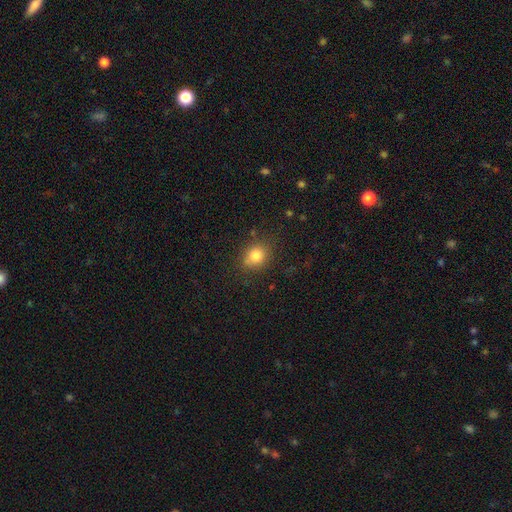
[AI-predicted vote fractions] A smooth galaxy with no disk features (81%) that is round (67%). Merging: none (76%).